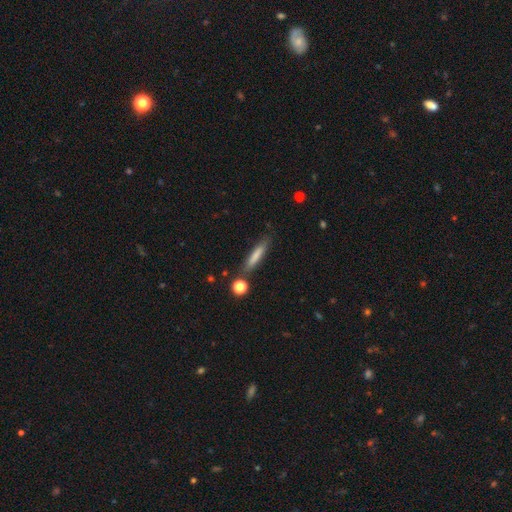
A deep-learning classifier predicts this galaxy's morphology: Smooth or featured? Predicted: smooth (p=0.74). How rounded? Predicted: cigar-shaped (p=0.88). Merging? Predicted: none (p=0.79).